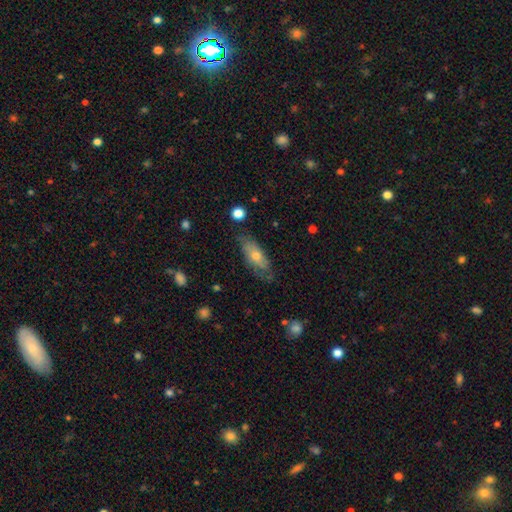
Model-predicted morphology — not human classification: Overall: featured or disk (47%; smooth 45%). Merging: none (68%).